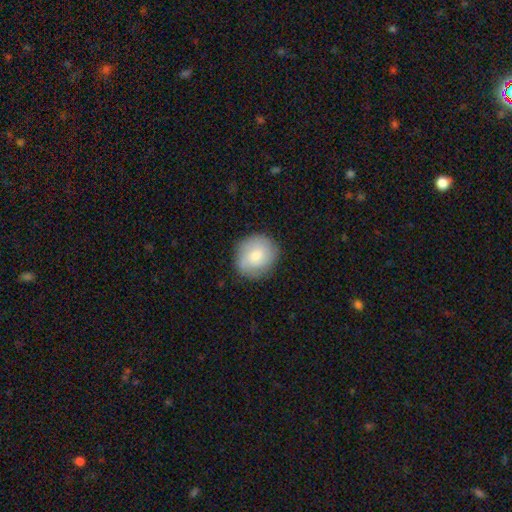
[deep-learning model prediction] Overall: smooth (70%). How rounded: round (84%). Merging: none (82%).